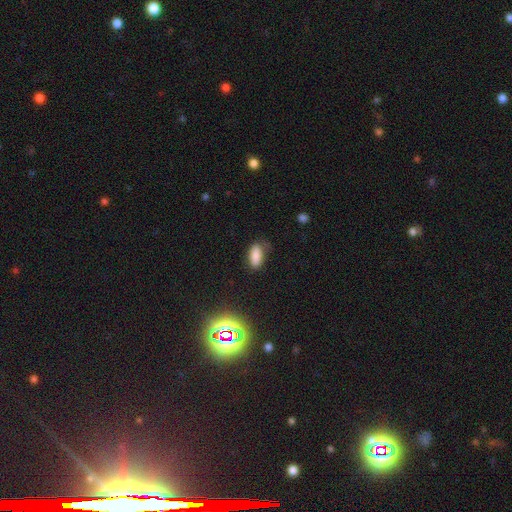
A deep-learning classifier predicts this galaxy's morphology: A smooth galaxy with no disk features (83%) that is in between round and cigar-shaped (88%). Merging: none (69%).